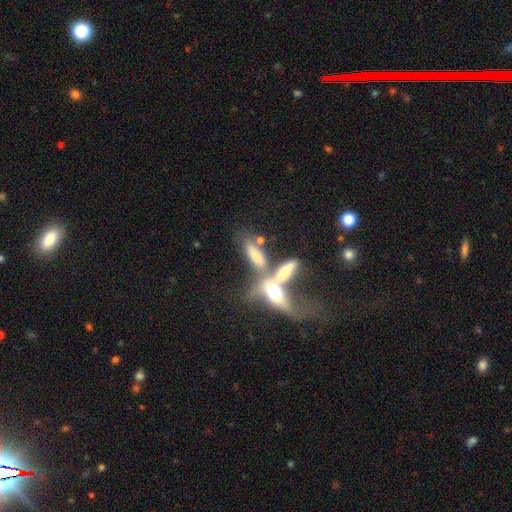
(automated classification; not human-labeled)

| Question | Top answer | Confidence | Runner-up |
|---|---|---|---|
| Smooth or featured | smooth | 60% | featured or disk (30%) |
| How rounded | in between | 52% | cigar-shaped (44%) |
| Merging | merger | 65% | none (18%) |